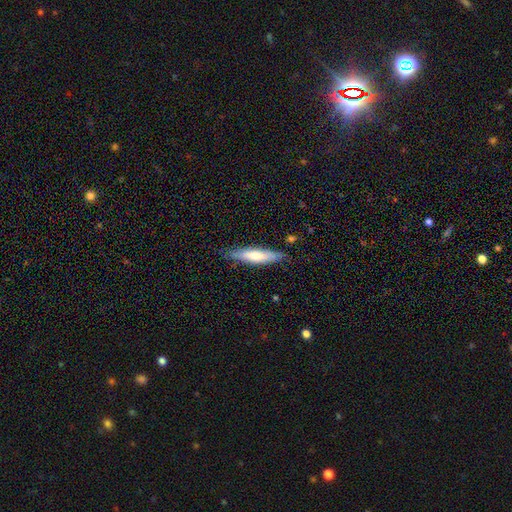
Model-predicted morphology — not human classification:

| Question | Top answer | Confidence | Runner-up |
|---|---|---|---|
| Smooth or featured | smooth | 65% | featured or disk (29%) |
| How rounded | cigar-shaped | 79% | in between (20%) |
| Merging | none | 81% | minor disturbance (15%) |